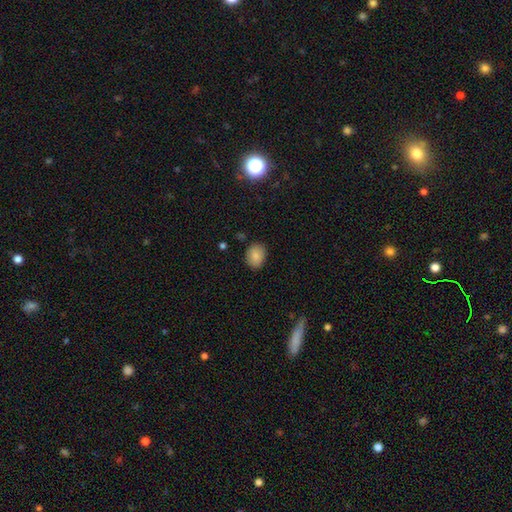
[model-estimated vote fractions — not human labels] A smooth galaxy with no disk features (85%) that is in between round and cigar-shaped (58%). Merging: none (84%).